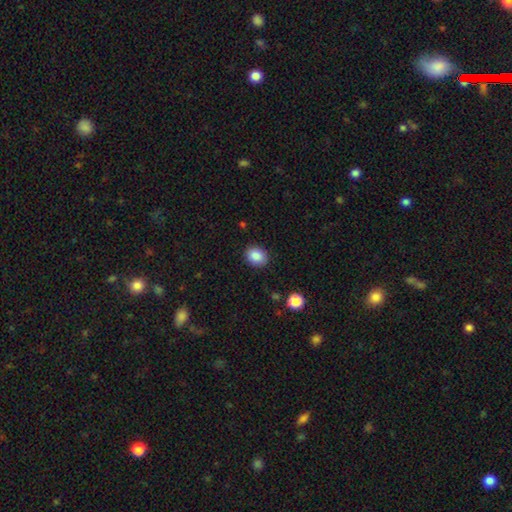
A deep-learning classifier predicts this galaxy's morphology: This appears to be a smooth galaxy with no disk features (87%) that is in between round and cigar-shaped (54%). Merging: none (88%).